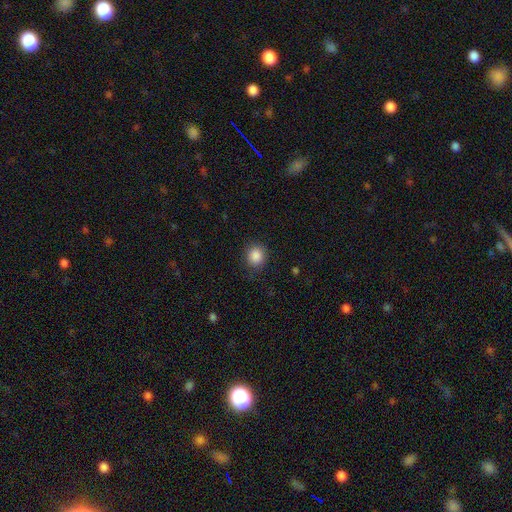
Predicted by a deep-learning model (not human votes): This appears to be a smooth galaxy with no disk features (87%) that is round (82%). Merging: none (86%).